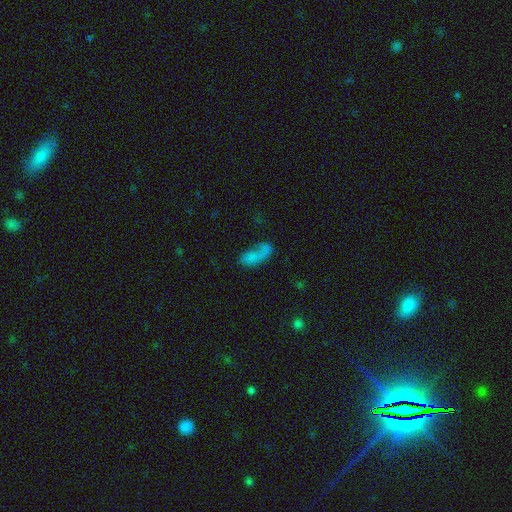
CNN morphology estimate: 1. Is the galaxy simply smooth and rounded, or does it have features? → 62% smooth, 23% featured or disk, 15% star or artifact.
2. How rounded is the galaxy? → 81% in between, 13% cigar-shaped, 6% round.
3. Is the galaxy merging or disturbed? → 36% none, 24% major disturbance, 22% merger, 18% minor disturbance.